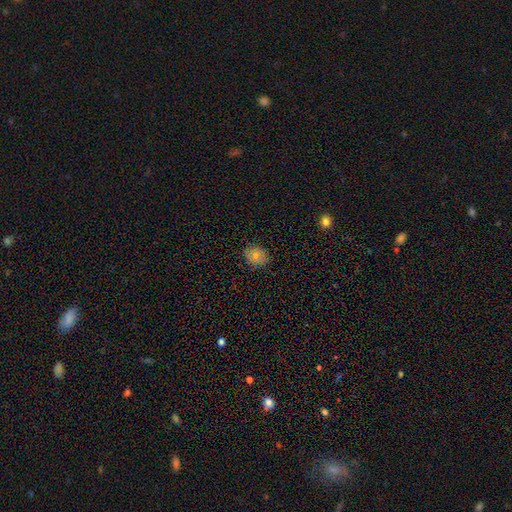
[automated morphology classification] A smooth galaxy with no disk features (79%) that is round (59%).

Vote fractions:
- Smooth or featured? smooth: 79% / star or artifact: 11% / featured or disk: 10%
- How rounded? round: 59% / in between: 40% / cigar-shaped: 1%
- Merging? none: 84% / minor disturbance: 12% / major disturbance: 2% / merger: 1%